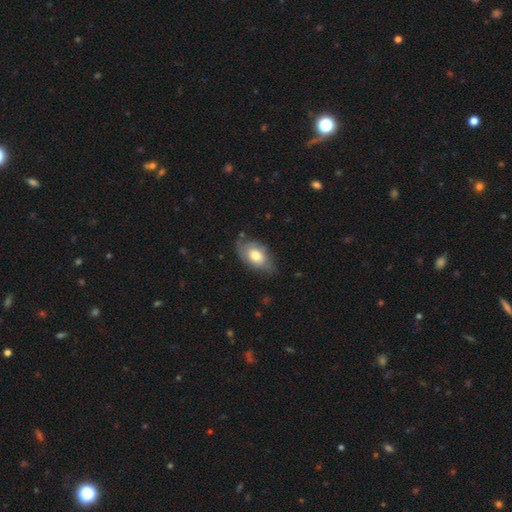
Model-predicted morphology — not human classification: A smooth galaxy with no disk features (66%) that is in between round and cigar-shaped (91%). Merging: none (58%).